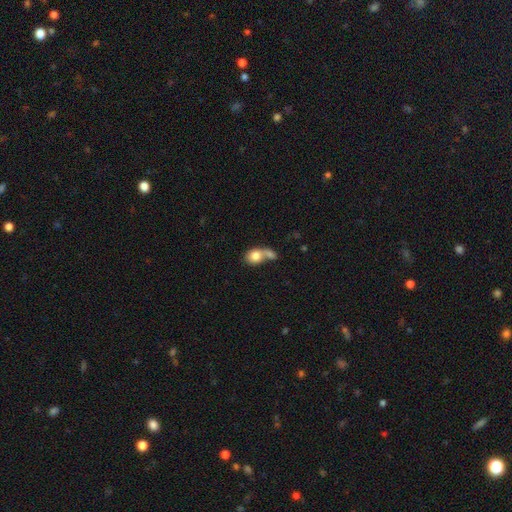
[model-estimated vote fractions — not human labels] Q: Smooth or featured?
A: smooth (77%); runner-up: featured or disk (15%)
Q: How rounded?
A: round (52%); runner-up: in between (46%)
Q: Merging?
A: merger (62%); runner-up: none (22%)